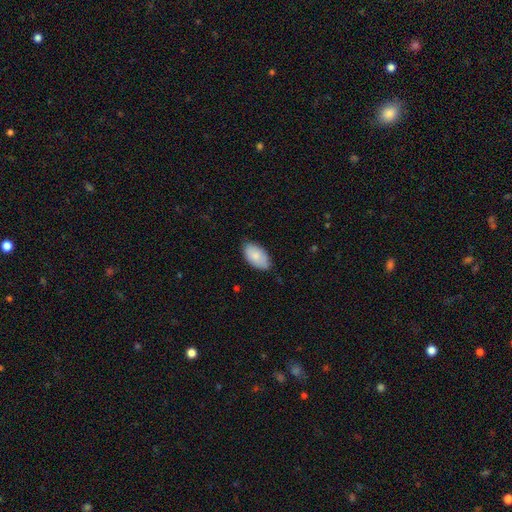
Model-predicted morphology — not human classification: smooth_or_featured: smooth (p=0.82) [alt: featured or disk p=0.12]
how_rounded: in between (p=0.95) [alt: round p=0.03]
merging: none (p=0.75) [alt: minor disturbance p=0.21]